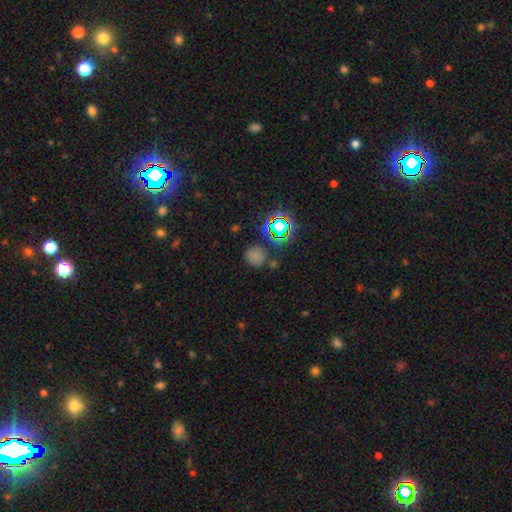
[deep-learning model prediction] Q: Smooth or featured?
A: smooth (63%); runner-up: star or artifact (30%)
Q: How rounded?
A: round (88%); runner-up: in between (11%)
Q: Merging?
A: none (75%); runner-up: minor disturbance (12%)